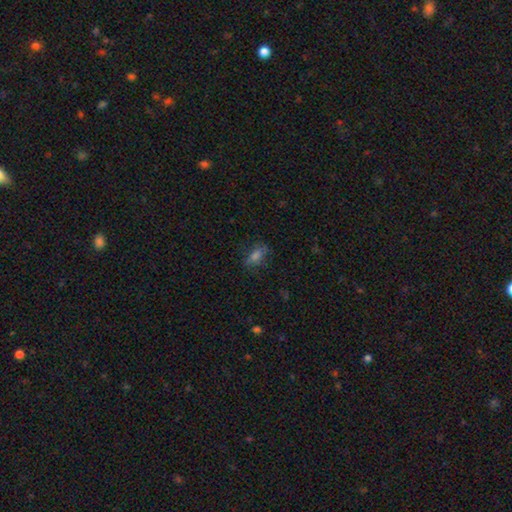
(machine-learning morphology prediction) A smooth galaxy with no disk features (60%) that is in between round and cigar-shaped (74%). Merging: none (71%).